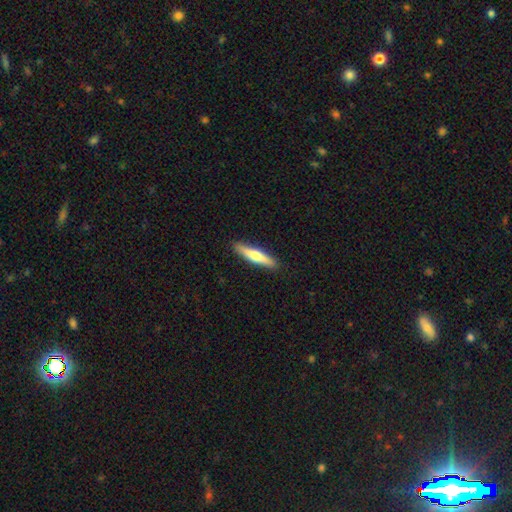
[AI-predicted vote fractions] A smooth galaxy with no disk features (58%) that is cigar-shaped (86%). Merging: none (90%).